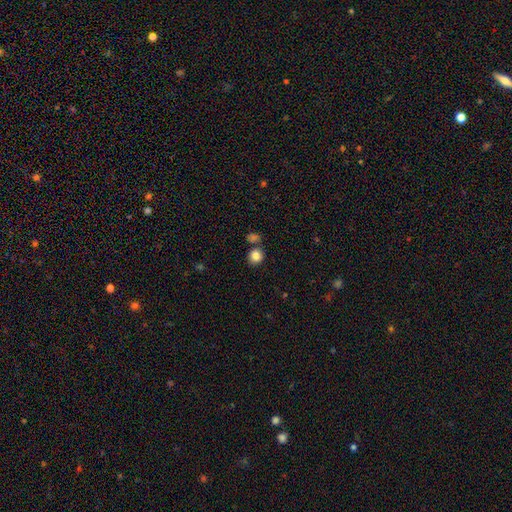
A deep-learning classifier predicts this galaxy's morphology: This is clearly a smooth galaxy (84%). How rounded: likely round (78%). Merging: likely none (73%).